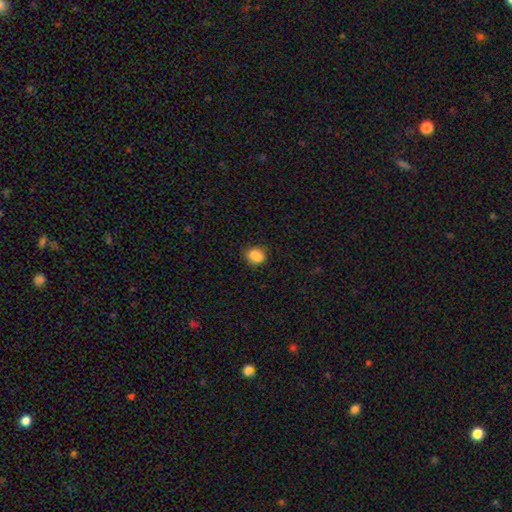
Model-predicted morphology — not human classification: Smooth or featured?
  - smooth: 81% *
  - star or artifact: 10%
  - featured or disk: 9%
How rounded?
  - round: 52% *
  - in between: 47%
  - cigar-shaped: 1%
Merging?
  - none: 53% *
  - merger: 21%
  - minor disturbance: 20%
  - major disturbance: 6%